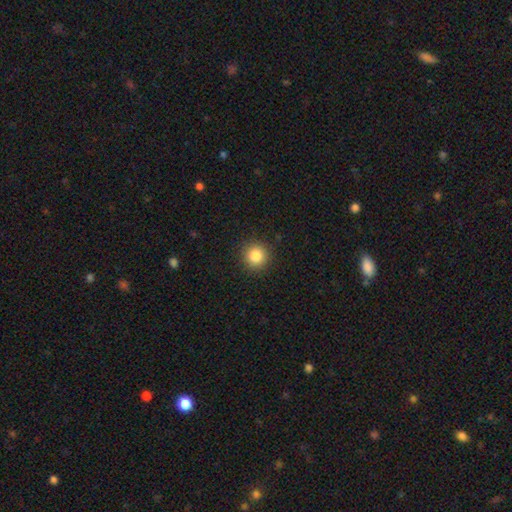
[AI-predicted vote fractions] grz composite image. It shows a smooth galaxy with no disk features (84%) that is round (94%). Merging: none (91%).